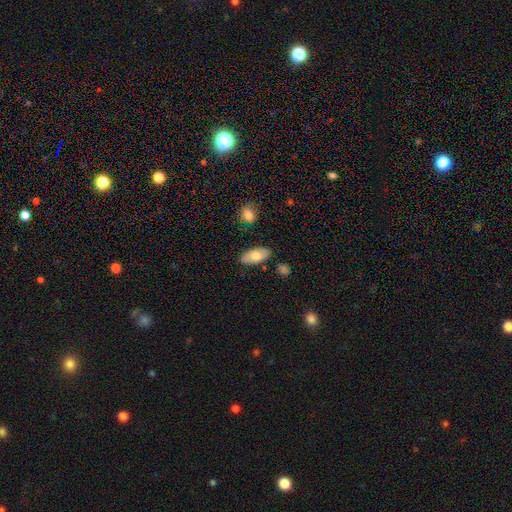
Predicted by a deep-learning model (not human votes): A smooth galaxy with no disk features (69%) that is in between round and cigar-shaped (92%). Merging: none (84%).